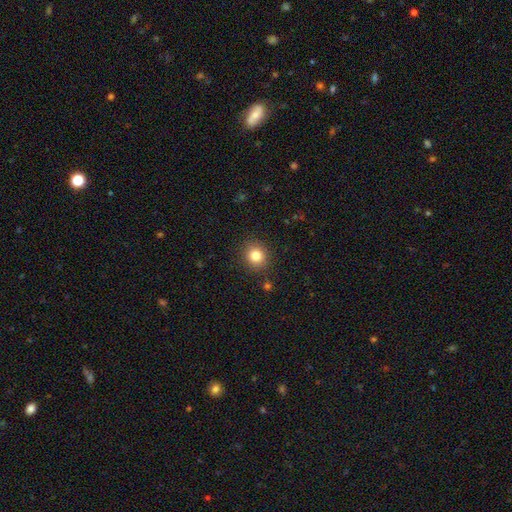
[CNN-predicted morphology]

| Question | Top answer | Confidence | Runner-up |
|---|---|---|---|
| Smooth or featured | smooth | 82% | star or artifact (12%) |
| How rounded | round | 84% | in between (15%) |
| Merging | none | 88% | minor disturbance (7%) |